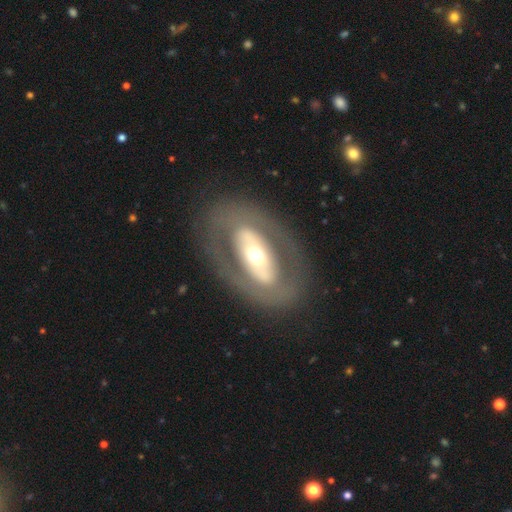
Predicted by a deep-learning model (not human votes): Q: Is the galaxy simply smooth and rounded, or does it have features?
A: featured or disk — 67%.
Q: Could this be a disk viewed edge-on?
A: no — 89%.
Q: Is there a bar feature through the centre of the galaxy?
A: no — 55%.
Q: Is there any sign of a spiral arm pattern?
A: no — 82%.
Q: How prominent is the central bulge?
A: moderate — 60%.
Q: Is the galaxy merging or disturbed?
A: none — 79%.